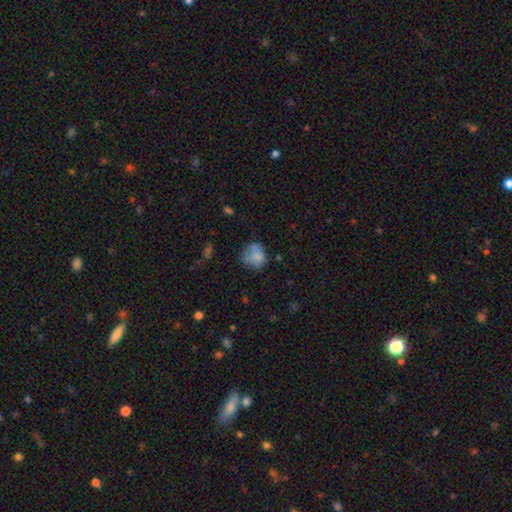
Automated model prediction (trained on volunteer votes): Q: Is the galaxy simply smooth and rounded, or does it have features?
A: smooth — 69%.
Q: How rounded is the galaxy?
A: round — 75%.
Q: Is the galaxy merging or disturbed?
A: none — 53%.